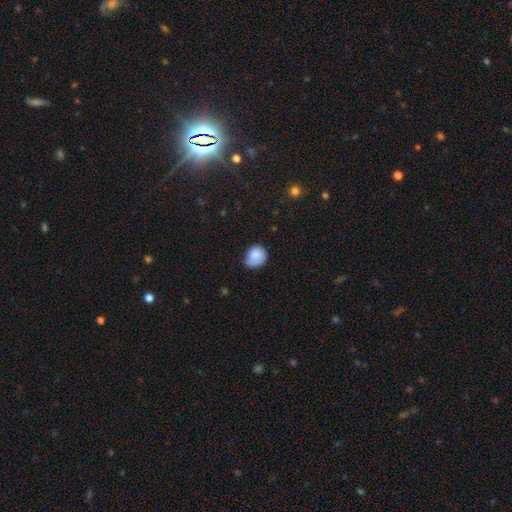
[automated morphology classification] The model was most divided on "merging": none: 53%, minor disturbance: 34%, major disturbance: 10%, merger: 2%. More confident: smooth or featured — smooth (81%); how rounded — round (76%).